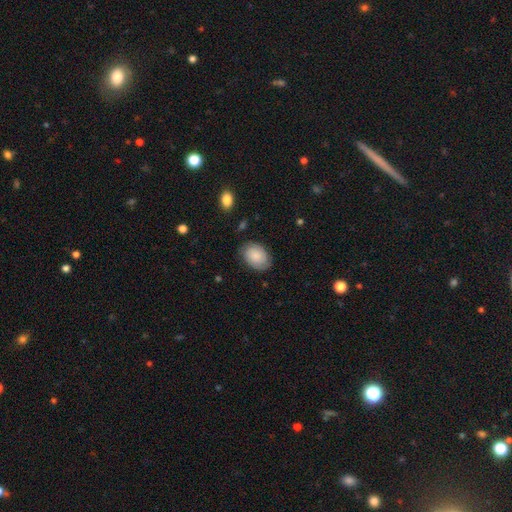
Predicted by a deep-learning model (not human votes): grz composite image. It shows a smooth galaxy with no disk features (83%) that is in between round and cigar-shaped (84%). Merging: none (80%).